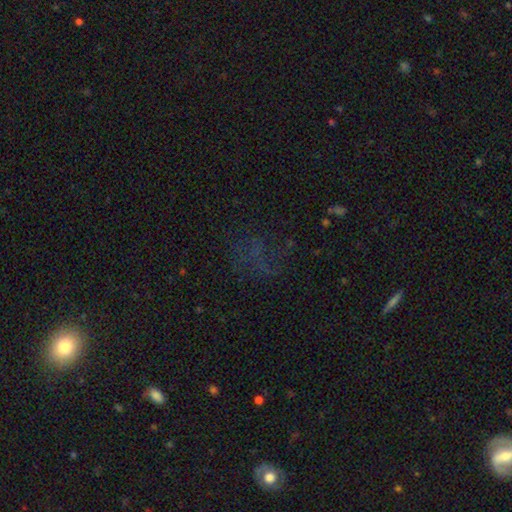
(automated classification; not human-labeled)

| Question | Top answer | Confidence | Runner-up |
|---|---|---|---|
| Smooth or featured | star or artifact | 50% | smooth (31%) |